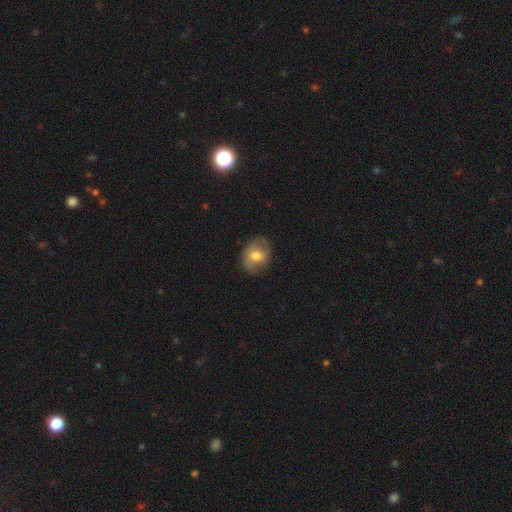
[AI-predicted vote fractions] Q: Smooth or featured?
A: smooth (59%); runner-up: featured or disk (33%)
Q: How rounded?
A: in between (54%); runner-up: round (45%)
Q: Merging?
A: none (75%); runner-up: minor disturbance (18%)